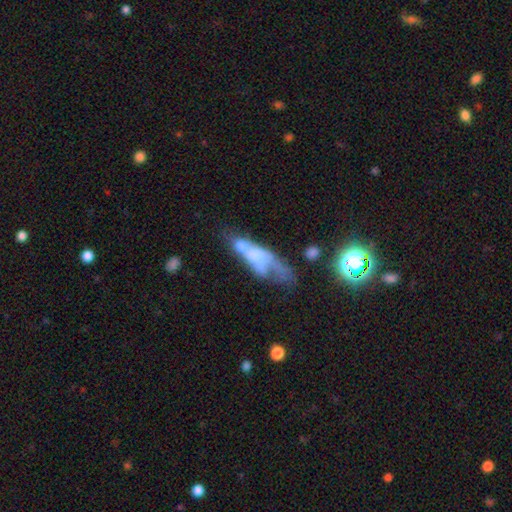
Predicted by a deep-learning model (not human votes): A featured or disk galaxy (48%). Merging: merger (33%).